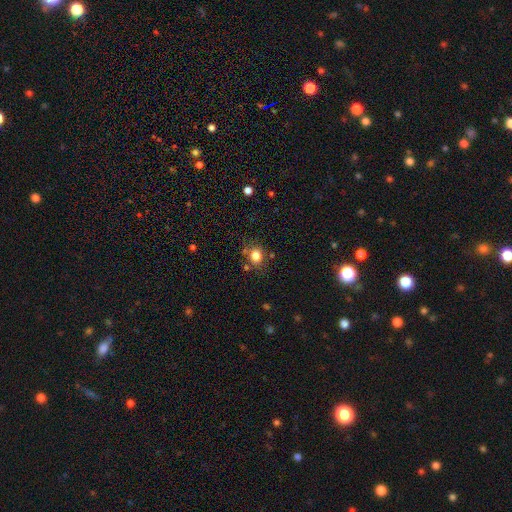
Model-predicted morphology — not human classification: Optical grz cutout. It shows a smooth galaxy with no disk features (81%) that is round (64%). Merging: none (74%).